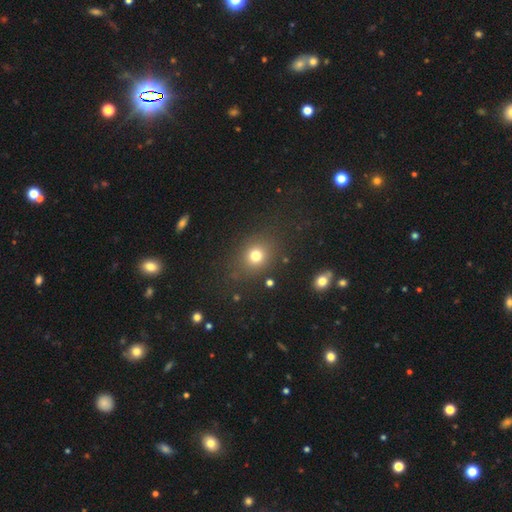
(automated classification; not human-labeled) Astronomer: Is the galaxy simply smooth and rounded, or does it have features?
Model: smooth — 75%.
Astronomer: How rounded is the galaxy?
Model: round — 72%.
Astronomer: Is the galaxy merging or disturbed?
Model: none — 82%.